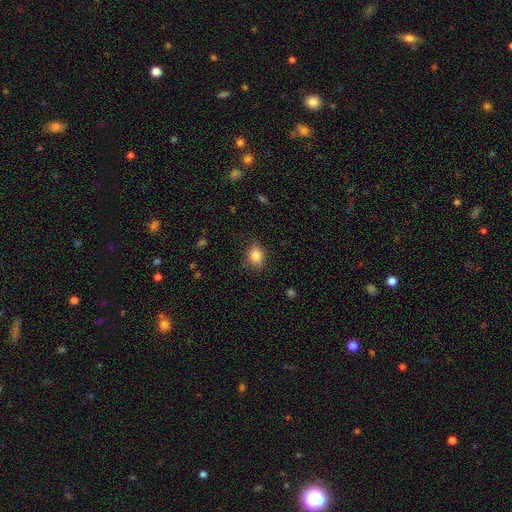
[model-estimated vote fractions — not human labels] This appears to be a smooth galaxy with no disk features (84%) that is in between round and cigar-shaped (61%). Merging: none (76%).